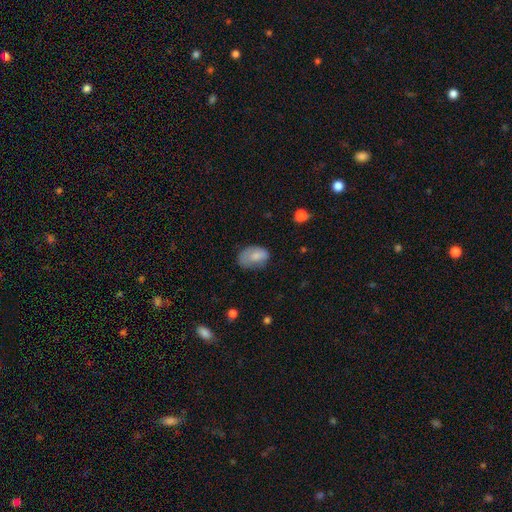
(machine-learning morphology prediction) Smooth or featured? Predicted: smooth (p=0.76). How rounded? Predicted: in between (p=0.86). Merging? Predicted: none (p=0.44).